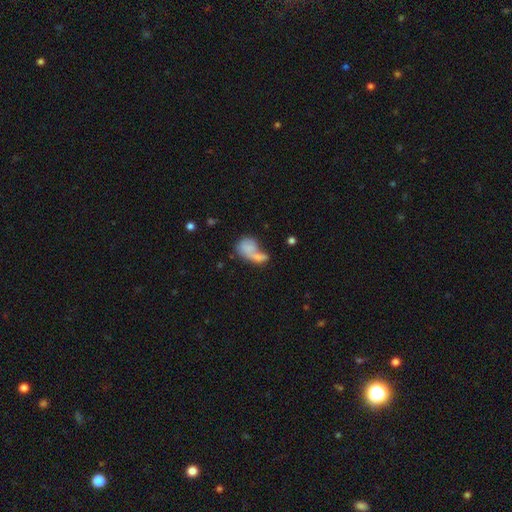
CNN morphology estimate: This is likely a smooth galaxy (62%). How rounded: likely in between (70%). Merging: possibly merger (46%).